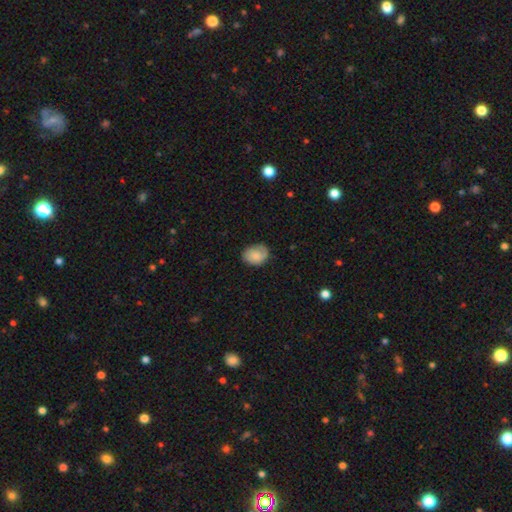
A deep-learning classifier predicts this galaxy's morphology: smooth_or_featured: smooth (p=0.80) [alt: featured or disk p=0.13]
how_rounded: in between (p=0.57) [alt: round p=0.42]
merging: none (p=0.70) [alt: minor disturbance p=0.24]